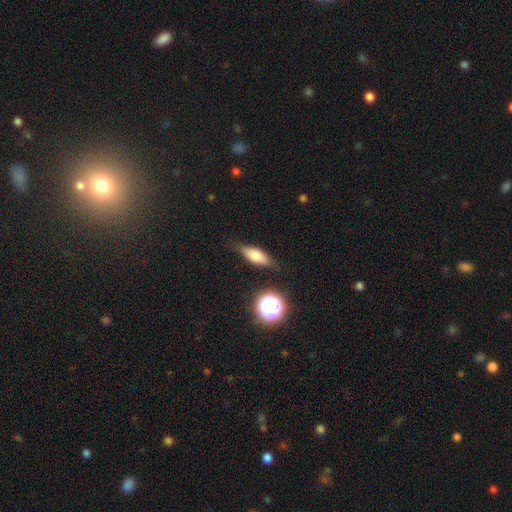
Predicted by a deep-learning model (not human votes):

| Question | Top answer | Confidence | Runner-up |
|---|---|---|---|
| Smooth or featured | smooth | 66% | featured or disk (25%) |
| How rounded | in between | 65% | cigar-shaped (28%) |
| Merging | none | 76% | minor disturbance (18%) |